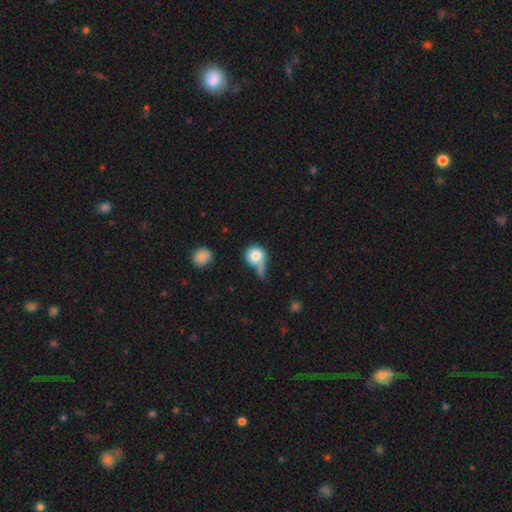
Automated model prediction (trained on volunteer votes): The model was most divided on "merging": none: 32%, major disturbance: 23%, merger: 22%, minor disturbance: 22%. More confident: how rounded — round (81%); smooth or featured — smooth (77%).